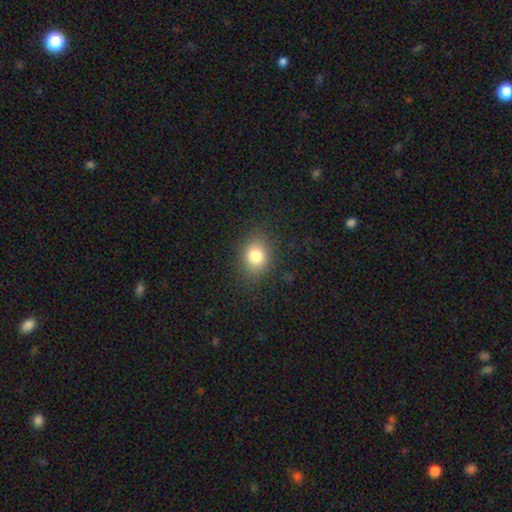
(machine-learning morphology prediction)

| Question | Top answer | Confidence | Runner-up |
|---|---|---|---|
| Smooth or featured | smooth | 80% | star or artifact (11%) |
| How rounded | in between | 56% | round (42%) |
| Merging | none | 85% | minor disturbance (11%) |